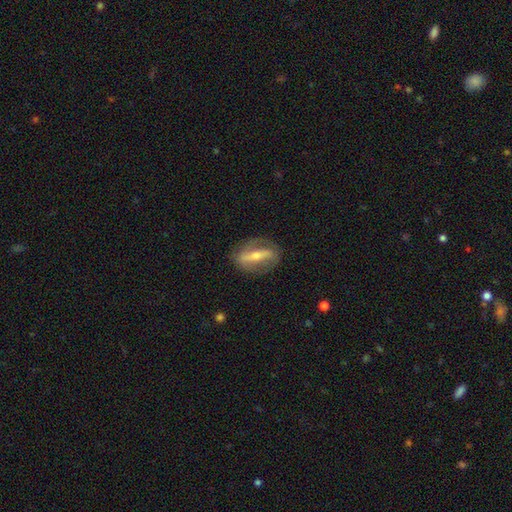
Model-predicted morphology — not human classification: smooth_or_featured: featured or disk (p=0.69) [alt: smooth p=0.25]
disk_edge_on: no (p=0.66) [alt: yes p=0.34]
merging: none (p=0.78) [alt: minor disturbance p=0.14]